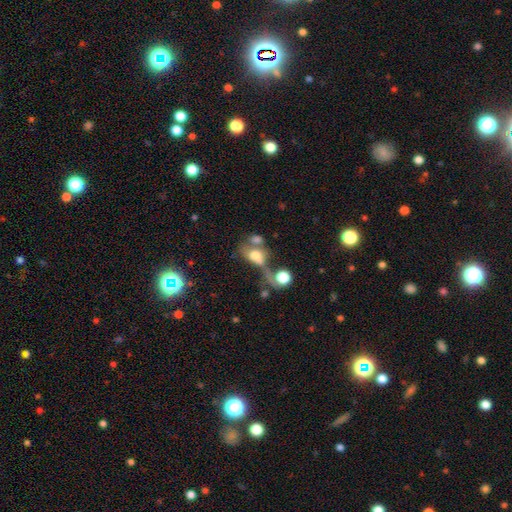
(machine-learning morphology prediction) The model was most divided on "merging": merger: 48%, major disturbance: 22%, none: 19%, minor disturbance: 11%. More confident: how rounded — in between (66%); smooth or featured — smooth (60%).